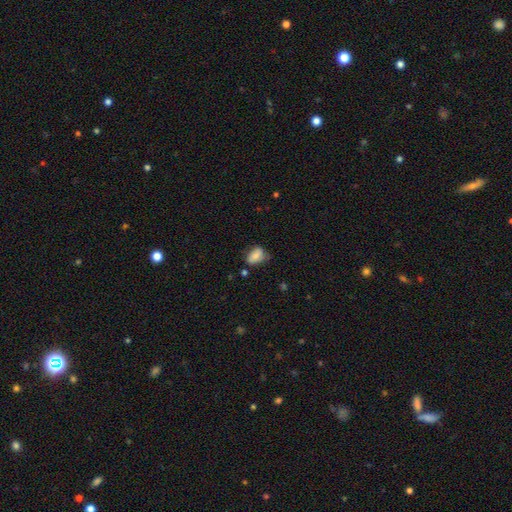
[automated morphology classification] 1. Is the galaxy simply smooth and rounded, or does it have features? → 74% smooth, 17% featured or disk, 9% star or artifact.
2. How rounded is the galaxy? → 82% in between, 16% round, 2% cigar-shaped.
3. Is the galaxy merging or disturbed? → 48% none, 37% minor disturbance, 11% major disturbance, 5% merger.